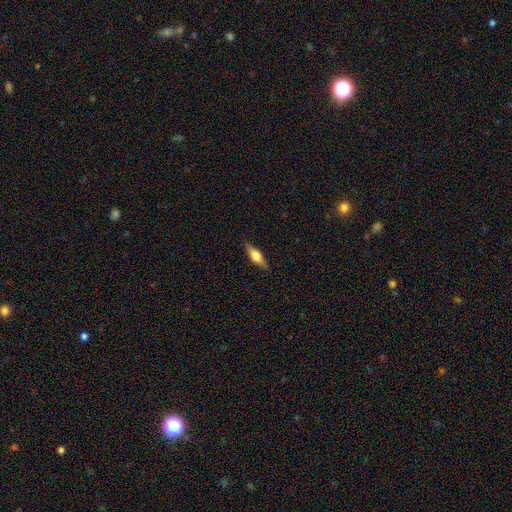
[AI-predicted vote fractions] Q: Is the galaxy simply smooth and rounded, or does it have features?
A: smooth — 52%.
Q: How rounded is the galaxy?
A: cigar-shaped — 51%.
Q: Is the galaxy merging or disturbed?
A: none — 86%.